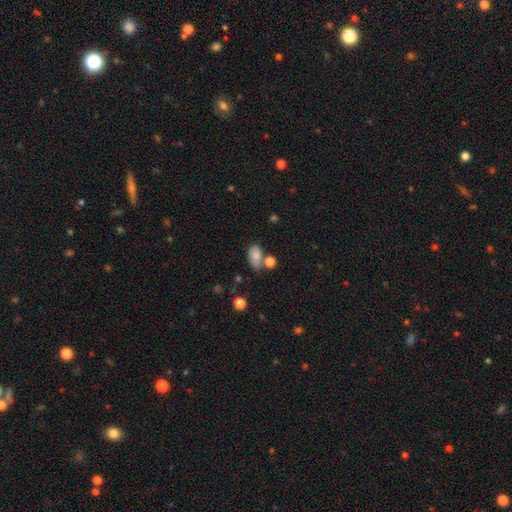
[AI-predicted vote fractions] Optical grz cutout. It shows a smooth galaxy with no disk features (80%) that is in between round and cigar-shaped (86%). Merging: none (43%).